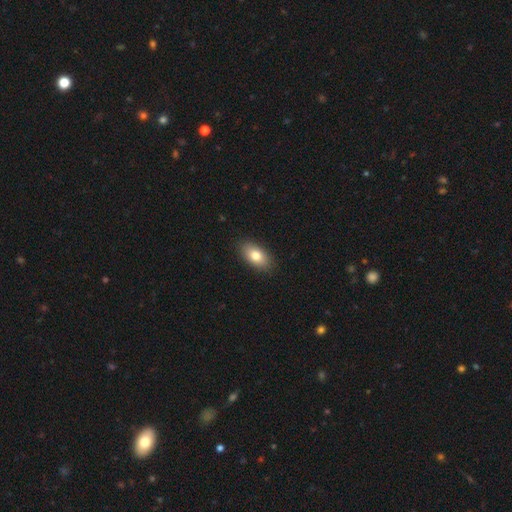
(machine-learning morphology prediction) A smooth galaxy with no disk features (79%) that is in between round and cigar-shaped (92%). Merging: none (89%).